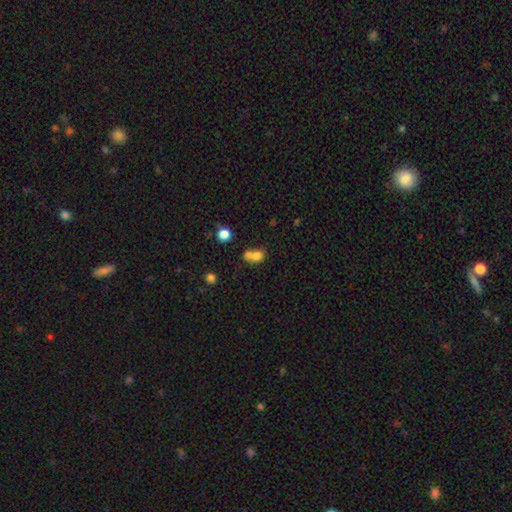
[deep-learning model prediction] This is likely a smooth galaxy (73%). How rounded: possibly round (60%). Merging: likely merger (60%).